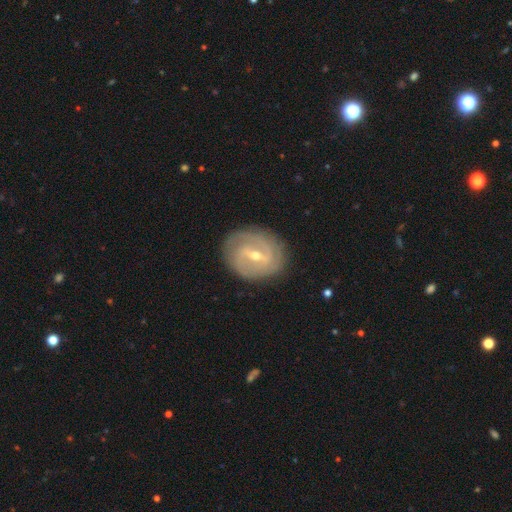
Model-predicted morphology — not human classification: type=featured or disk (82%); edge-on=no (96%); bar=weak (50%); spiral arms=yes (89%); winding=tight (58%); arm count=2 (53%); bulge=small (51%); merging=none (83%).